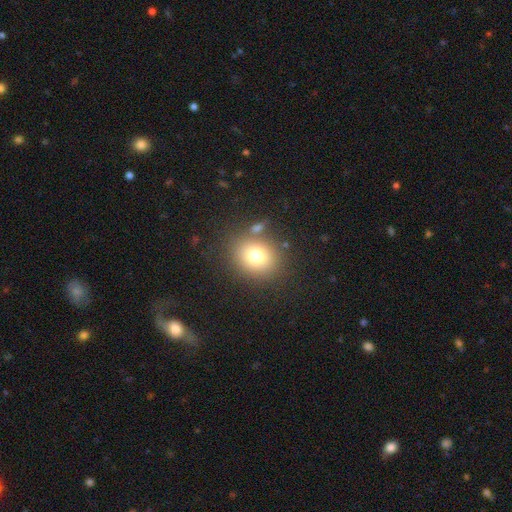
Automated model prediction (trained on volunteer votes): This is likely a smooth galaxy (75%). How rounded: likely round (69%). Merging: likely none (77%).